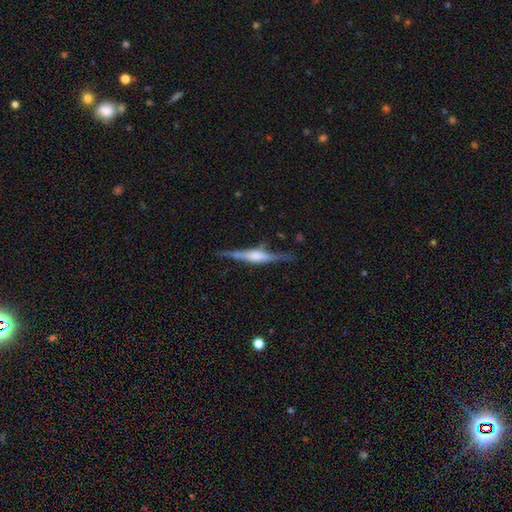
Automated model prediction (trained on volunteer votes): featured or disk 74%, smooth 20%, star or artifact 6%. Down the decision tree: edge-on disk — yes (97%); edge-on bulge — rounded (59%); merging — none (80%).